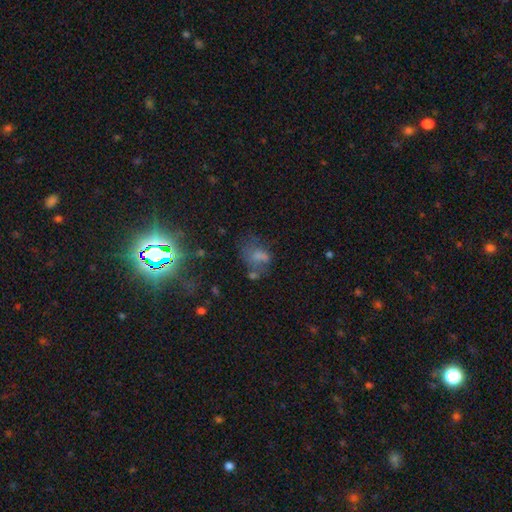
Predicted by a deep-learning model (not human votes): smooth-or-featured: smooth: 51% | star or artifact: 26% | featured or disk: 23%
  how-rounded: in between: 70% | round: 28% | cigar-shaped: 2%
  merging: none: 35% | major disturbance: 28% | minor disturbance: 22% | merger: 15%